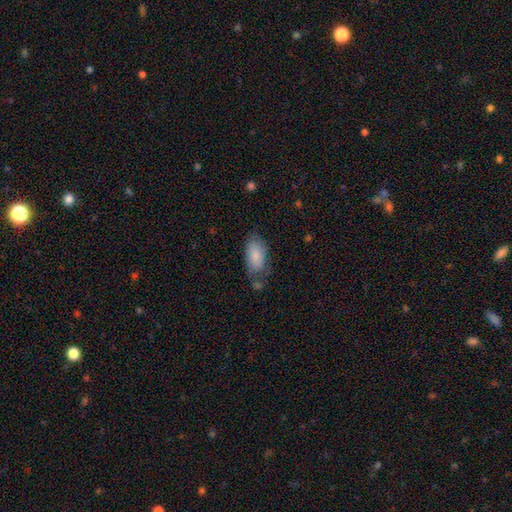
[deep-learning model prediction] Smooth or featured: smooth — 82% (featured or disk — 12%)
How rounded: in between — 93% (cigar-shaped — 4%)
Merging: none — 56% (minor disturbance — 28%)